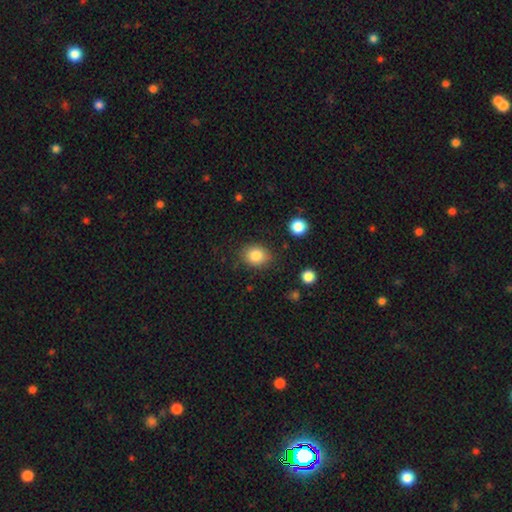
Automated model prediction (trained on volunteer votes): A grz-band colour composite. It shows a smooth galaxy with no disk features (84%) that is round (62%). Merging: none (83%).